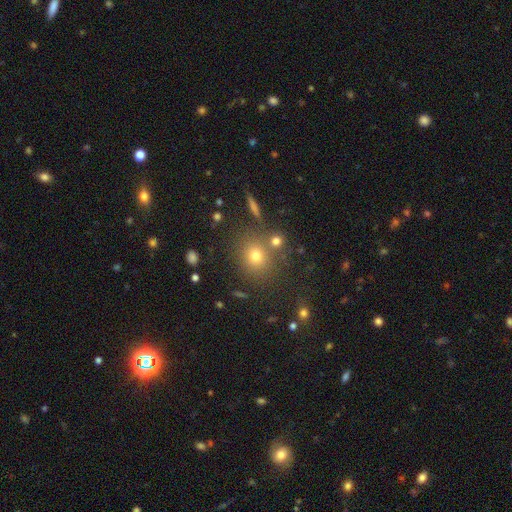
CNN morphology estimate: Smooth or featured? smooth (71%)
How rounded? round (82%)
Merging? none (77%)